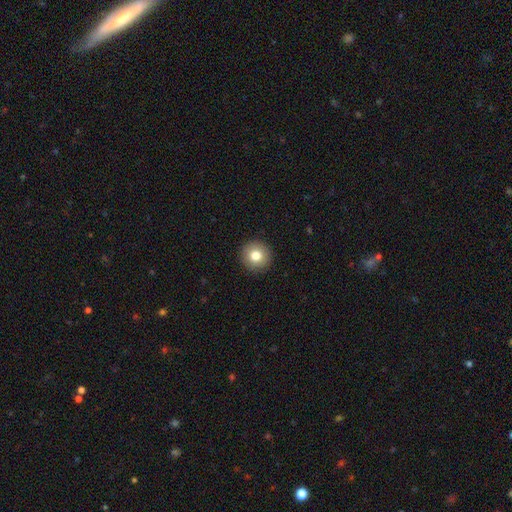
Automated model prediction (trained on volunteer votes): smooth 79%, featured or disk 10%, star or artifact 10%. Down the decision tree: how rounded — round (95%); merging — none (93%).